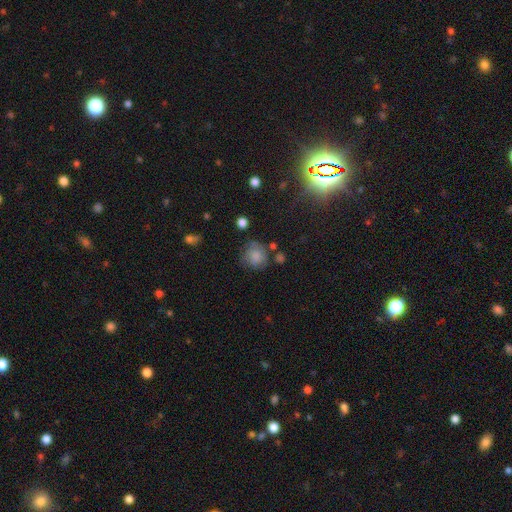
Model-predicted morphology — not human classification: type=smooth (71%); roundness=round (82%); merging=none (61%).